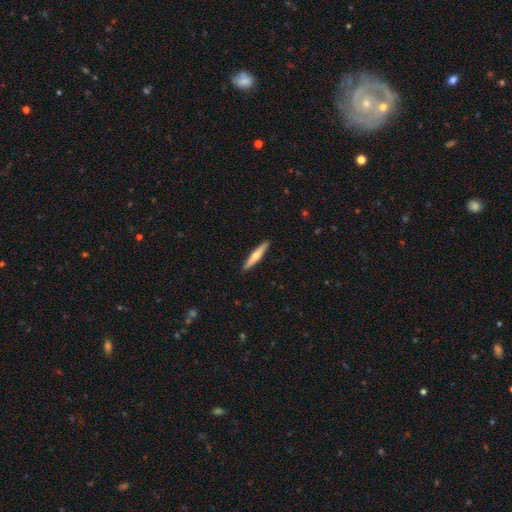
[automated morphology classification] Smooth or featured? featured or disk (49%)
Merging? none (92%)